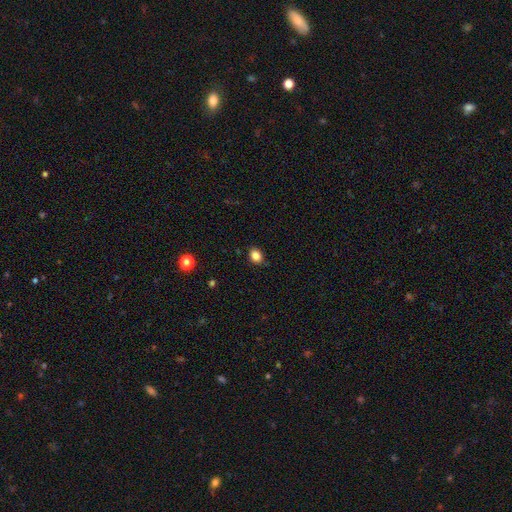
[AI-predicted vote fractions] Smooth or featured?
  - smooth: 85% *
  - star or artifact: 11%
  - featured or disk: 5%
How rounded?
  - in between: 59% *
  - round: 40%
  - cigar-shaped: 1%
Merging?
  - none: 86% *
  - minor disturbance: 10%
  - major disturbance: 2%
  - merger: 1%